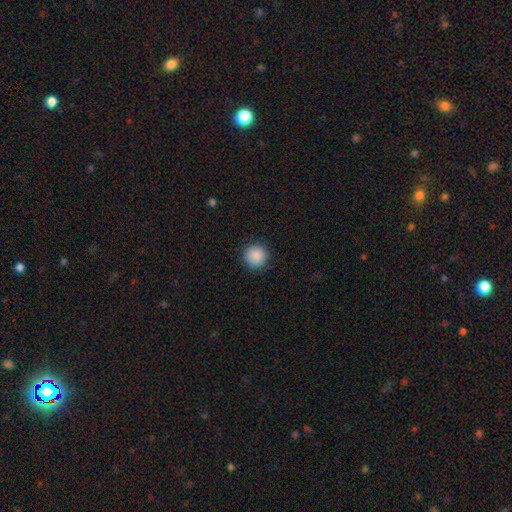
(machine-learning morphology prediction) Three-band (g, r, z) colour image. It shows a smooth galaxy with no disk features (89%) that is round (95%). Merging: none (90%).